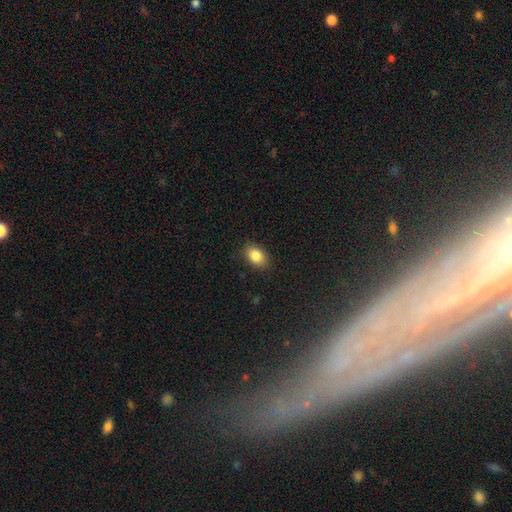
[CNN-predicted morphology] Smooth or featured? smooth (85%)
How rounded? in between (85%)
Merging? none (87%)